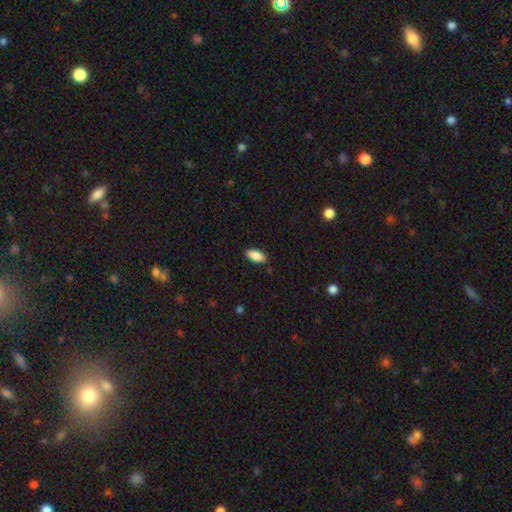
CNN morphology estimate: Q: Smooth or featured?
A: smooth (88%); runner-up: star or artifact (7%)
Q: How rounded?
A: in between (88%); runner-up: cigar-shaped (10%)
Q: Merging?
A: none (86%); runner-up: minor disturbance (10%)